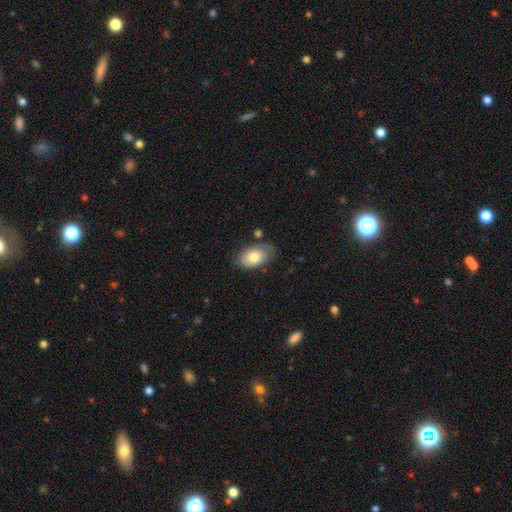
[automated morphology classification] Overall: smooth (71%). How rounded: in between (92%). Merging: none (67%).